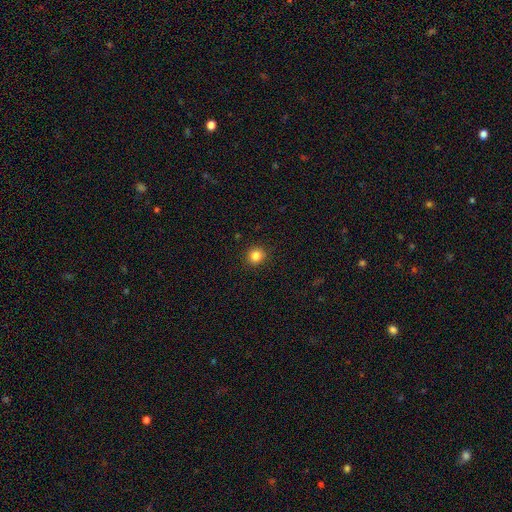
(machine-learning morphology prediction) A smooth galaxy with no disk features (84%) that is round (90%). Merging: none (92%).